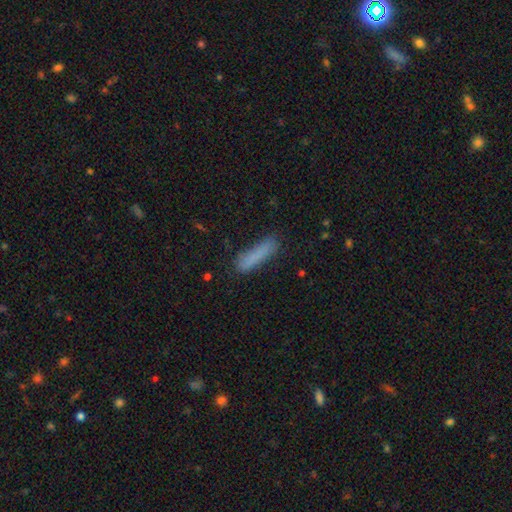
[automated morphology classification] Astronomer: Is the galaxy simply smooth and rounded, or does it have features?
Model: smooth — 84%.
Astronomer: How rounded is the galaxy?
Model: cigar-shaped — 85%.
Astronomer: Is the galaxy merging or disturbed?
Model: none — 83%.